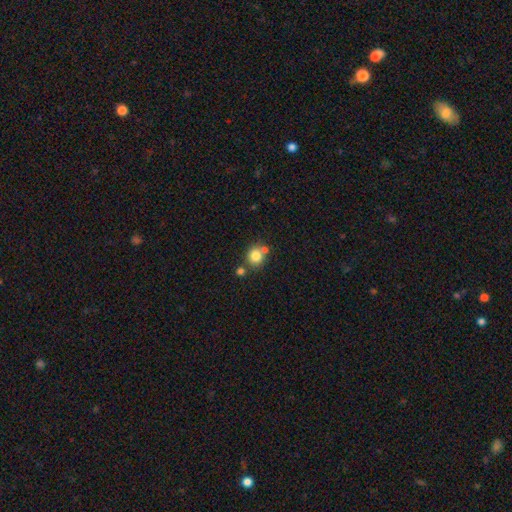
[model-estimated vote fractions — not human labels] The model was most divided on "merging": none: 62%, merger: 23%, minor disturbance: 11%, major disturbance: 4%. More confident: how rounded — round (84%); smooth or featured — smooth (80%).